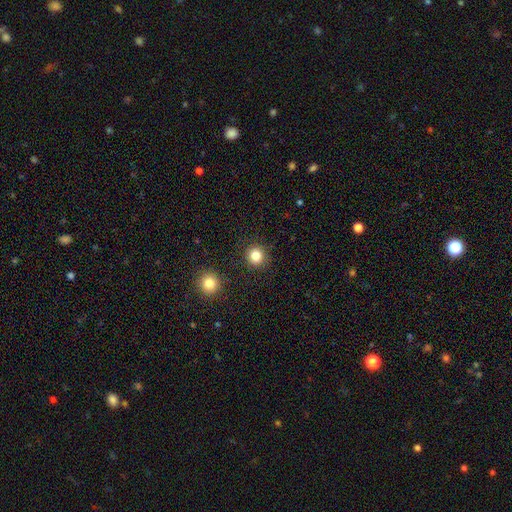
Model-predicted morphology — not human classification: Smooth or featured?
  - smooth: 82% *
  - star or artifact: 12%
  - featured or disk: 6%
How rounded?
  - round: 92% *
  - in between: 7%
  - cigar-shaped: 1%
Merging?
  - none: 90% *
  - minor disturbance: 6%
  - major disturbance: 2%
  - merger: 2%